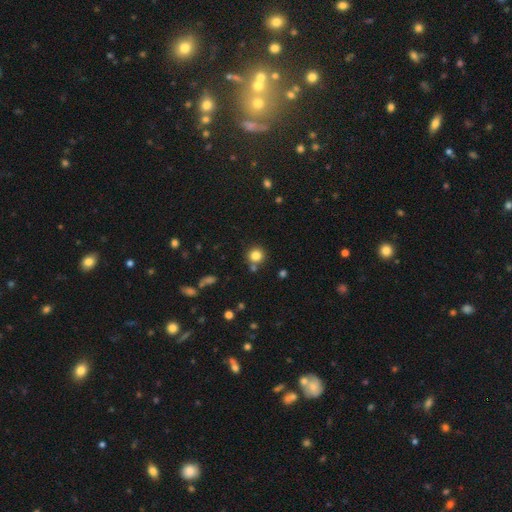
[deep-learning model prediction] smooth-or-featured: smooth: 82% | star or artifact: 12% | featured or disk: 6%
  how-rounded: round: 92% | in between: 7% | cigar-shaped: 1%
  merging: none: 78% | merger: 11% | minor disturbance: 8% | major disturbance: 3%